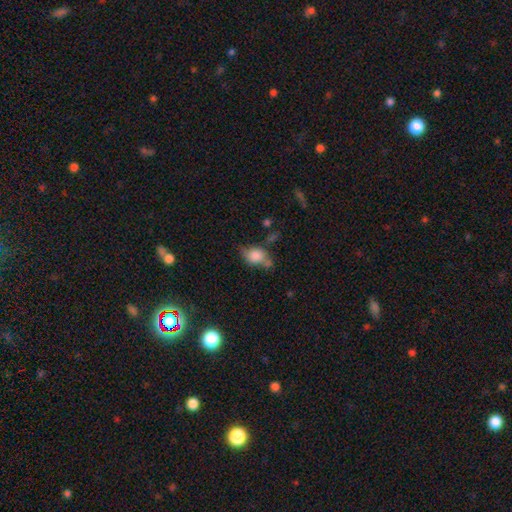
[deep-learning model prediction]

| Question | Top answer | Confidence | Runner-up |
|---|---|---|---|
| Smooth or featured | smooth | 74% | featured or disk (16%) |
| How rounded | in between | 60% | round (37%) |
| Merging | none | 43% | minor disturbance (28%) |